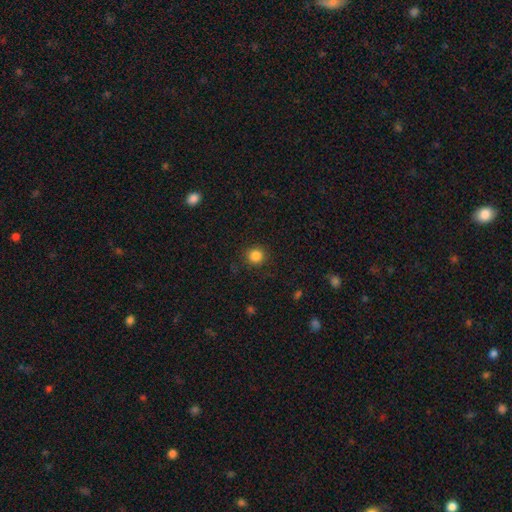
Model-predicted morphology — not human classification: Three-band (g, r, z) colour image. It shows a smooth galaxy with no disk features (85%) that is round (93%). Merging: none (90%).